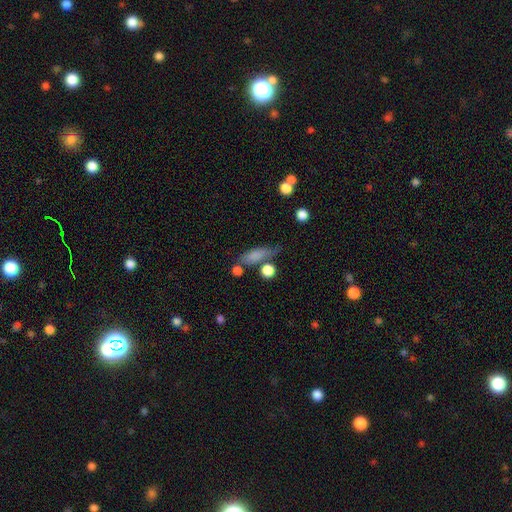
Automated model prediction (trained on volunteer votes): smooth-or-featured: smooth: 75% | featured or disk: 15% | star or artifact: 10%
  how-rounded: in between: 52% | cigar-shaped: 40% | round: 8%
  merging: none: 51% | minor disturbance: 25% | merger: 13% | major disturbance: 11%